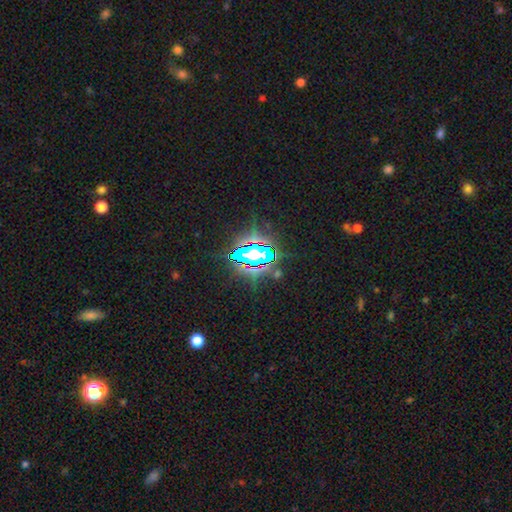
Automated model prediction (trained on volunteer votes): Smooth or featured? star or artifact (72%)